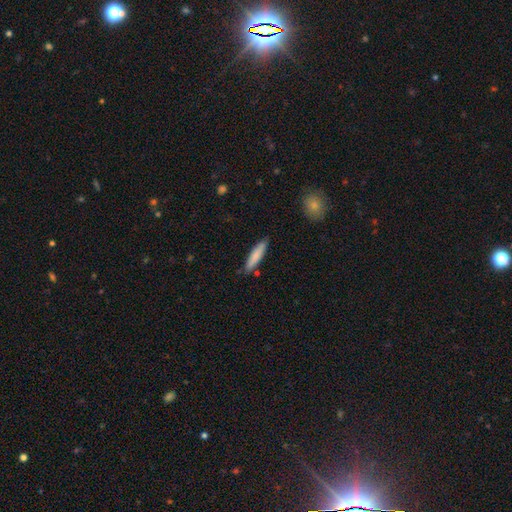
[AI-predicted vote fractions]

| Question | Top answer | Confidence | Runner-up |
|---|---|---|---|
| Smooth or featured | smooth | 80% | featured or disk (15%) |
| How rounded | cigar-shaped | 85% | in between (14%) |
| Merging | none | 84% | minor disturbance (11%) |